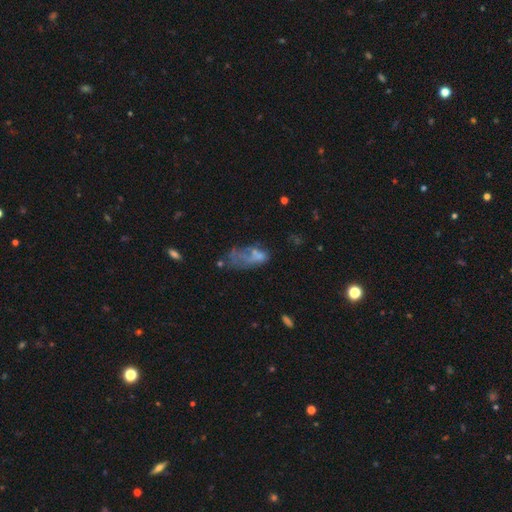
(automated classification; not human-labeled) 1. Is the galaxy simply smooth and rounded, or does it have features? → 46% smooth, 40% featured or disk, 14% star or artifact.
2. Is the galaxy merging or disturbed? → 35% major disturbance, 25% none, 20% merger, 19% minor disturbance.